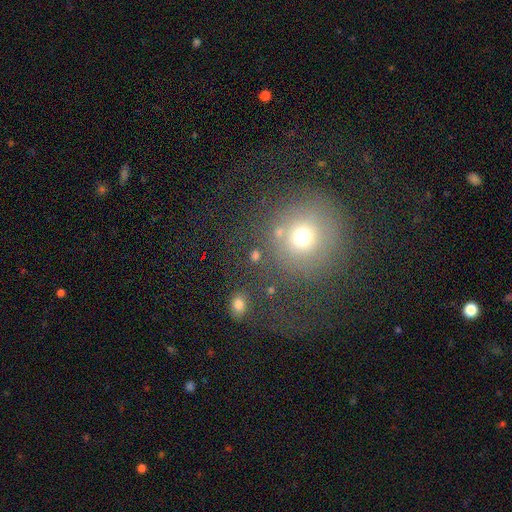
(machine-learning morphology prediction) This appears to be a smooth galaxy with no disk features (67%) that is round (84%). Merging: none (75%).